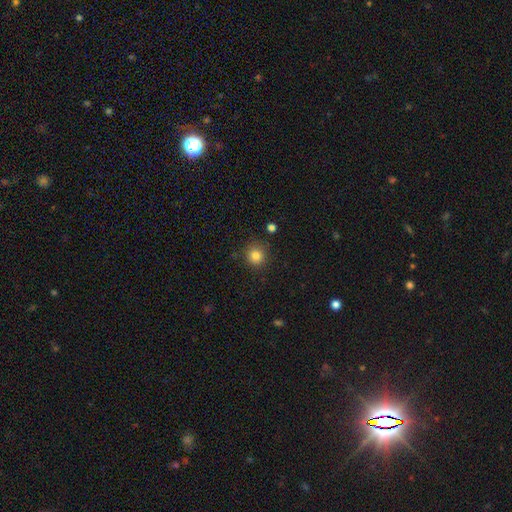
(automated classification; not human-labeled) smooth-or-featured: smooth: 82% | star or artifact: 12% | featured or disk: 5%
  how-rounded: round: 92% | in between: 8% | cigar-shaped: 1%
  merging: none: 86% | minor disturbance: 9% | major disturbance: 3% | merger: 2%